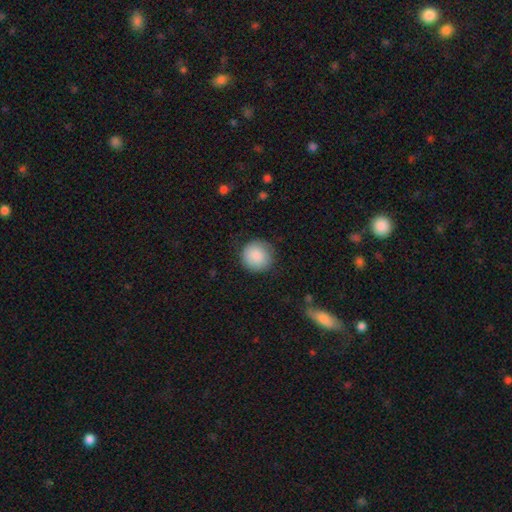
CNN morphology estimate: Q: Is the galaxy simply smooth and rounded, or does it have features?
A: smooth — 87%.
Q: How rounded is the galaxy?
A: round — 94%.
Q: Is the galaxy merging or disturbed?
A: none — 82%.